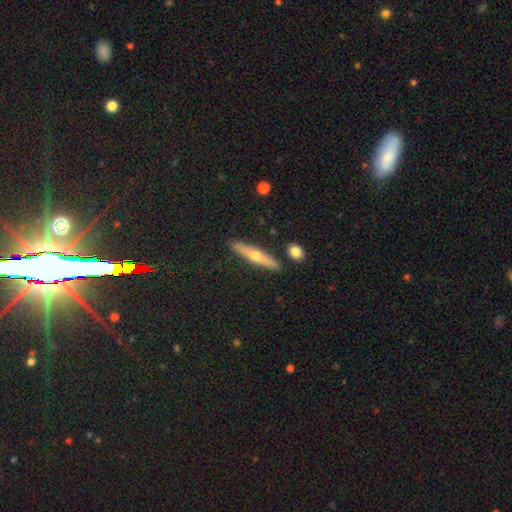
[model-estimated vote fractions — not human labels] A featured or disk galaxy (53%) viewed edge-on (91%).

Vote fractions:
- Smooth or featured? featured or disk: 53% / smooth: 39% / star or artifact: 7%
- Edge-on disk? yes: 91% / no: 9%
- Merging? none: 88% / minor disturbance: 8% / merger: 3% / major disturbance: 2%